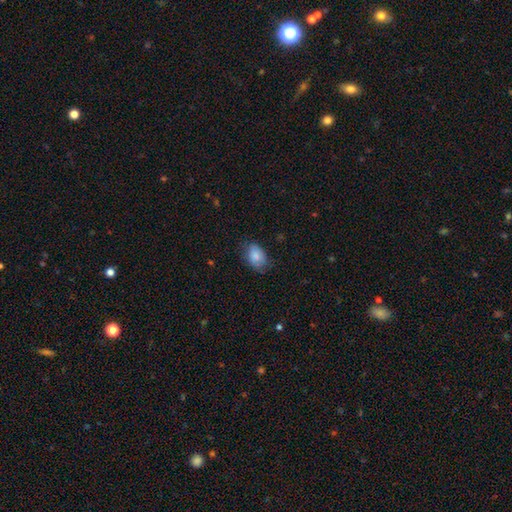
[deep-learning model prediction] Smooth or featured? smooth (80%)
How rounded? in between (85%)
Merging? none (65%)